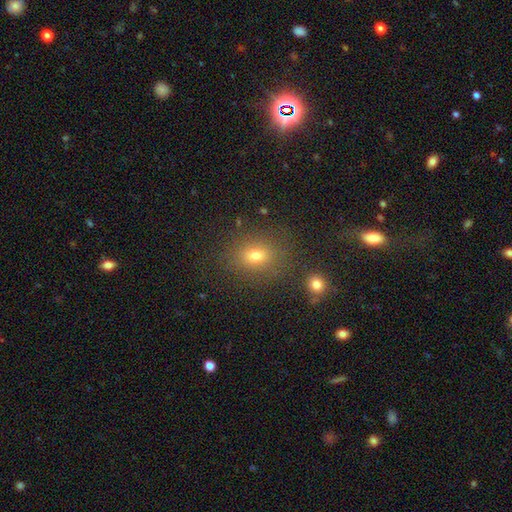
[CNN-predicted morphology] Smooth or featured?
  - smooth: 69% *
  - star or artifact: 19%
  - featured or disk: 12%
How rounded?
  - round: 50% *
  - in between: 48%
  - cigar-shaped: 2%
Merging?
  - none: 80% *
  - minor disturbance: 11%
  - major disturbance: 5%
  - merger: 4%